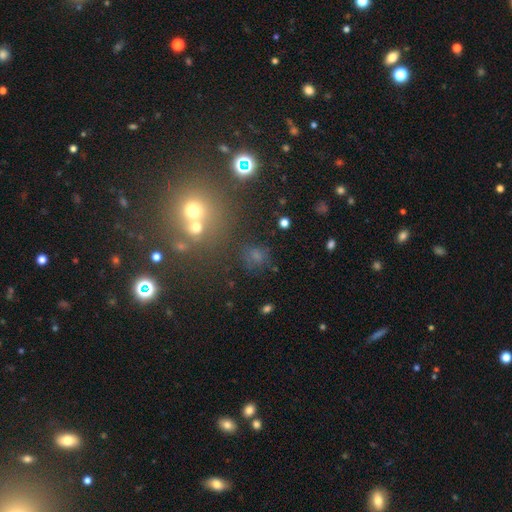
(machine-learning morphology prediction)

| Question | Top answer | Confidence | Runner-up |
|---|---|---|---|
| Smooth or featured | smooth | 57% | star or artifact (32%) |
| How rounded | round | 73% | in between (25%) |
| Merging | none | 68% | minor disturbance (13%) |